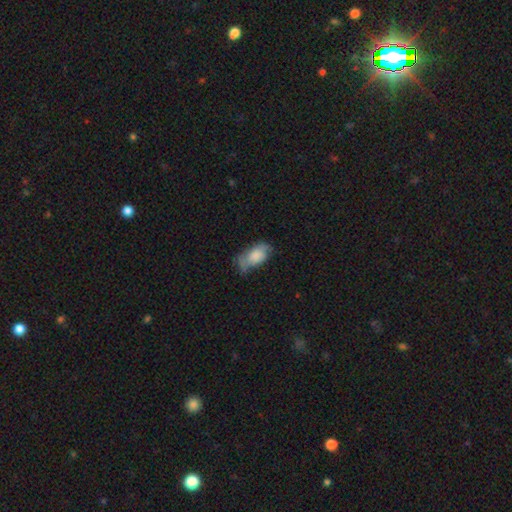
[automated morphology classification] smooth_or_featured: smooth (p=0.71) [alt: featured or disk p=0.22]
how_rounded: in between (p=0.91) [alt: round p=0.05]
merging: none (p=0.43) [alt: minor disturbance p=0.37]